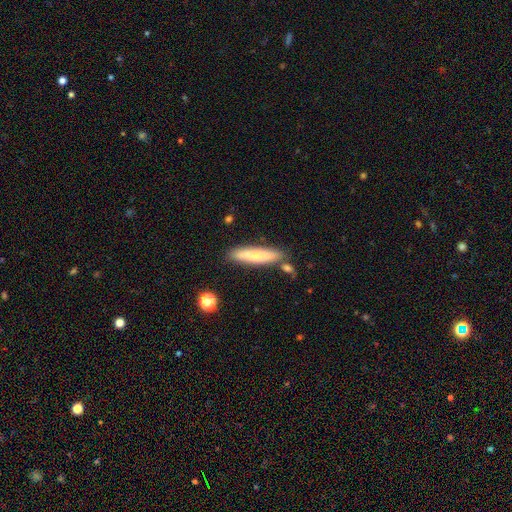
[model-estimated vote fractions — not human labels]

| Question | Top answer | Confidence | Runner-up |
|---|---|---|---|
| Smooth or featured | smooth | 66% | featured or disk (28%) |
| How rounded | cigar-shaped | 82% | in between (16%) |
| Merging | none | 77% | minor disturbance (13%) |